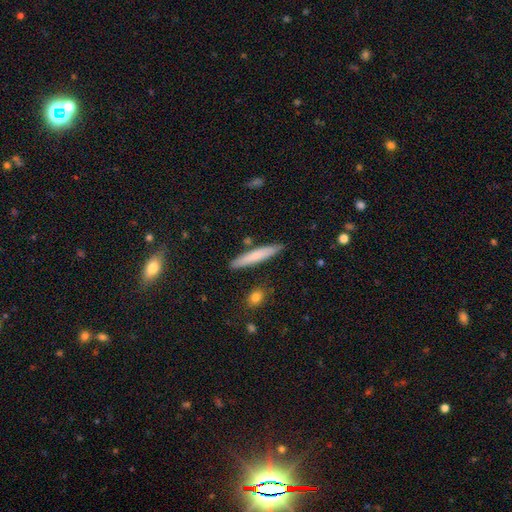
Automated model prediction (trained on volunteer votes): Smooth or featured? Predicted: smooth (p=0.72). How rounded? Predicted: cigar-shaped (p=0.93). Merging? Predicted: none (p=0.86).